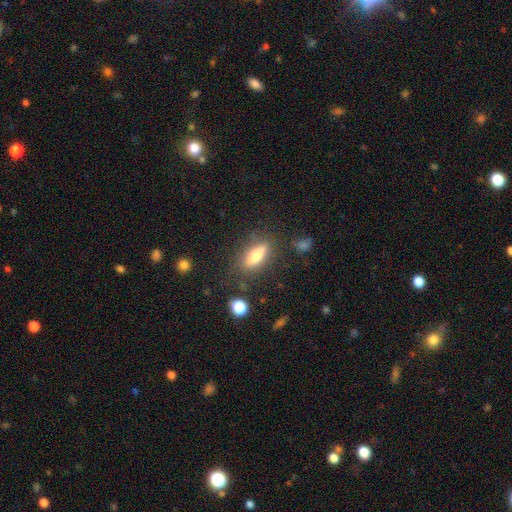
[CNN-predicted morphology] This appears to be a smooth galaxy with no disk features (64%) that is in between round and cigar-shaped (50%). Merging: none (78%).